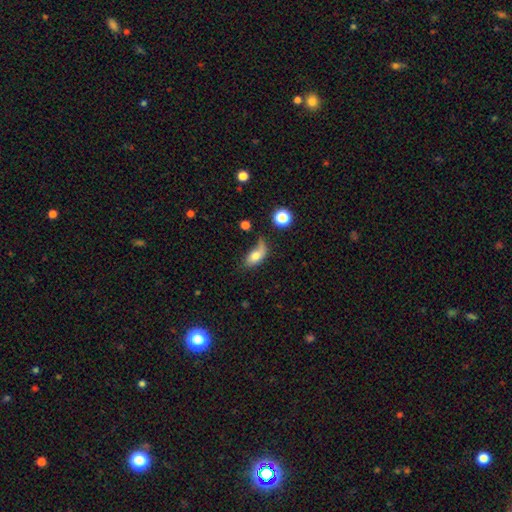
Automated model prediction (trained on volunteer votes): smooth_or_featured: smooth (p=0.72) [alt: featured or disk p=0.19]
how_rounded: in between (p=0.87) [alt: round p=0.07]
merging: none (p=0.37) [alt: minor disturbance p=0.27]